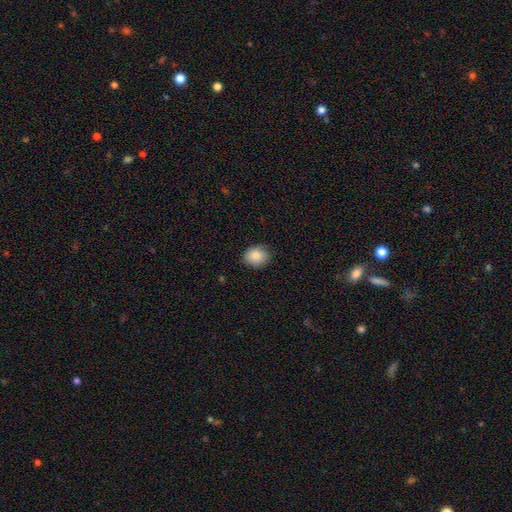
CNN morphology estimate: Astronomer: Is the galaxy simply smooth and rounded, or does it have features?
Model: smooth — 87%.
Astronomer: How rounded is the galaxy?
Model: round — 59% (runner-up: in between, 40%).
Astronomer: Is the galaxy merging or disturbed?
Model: none — 83%.